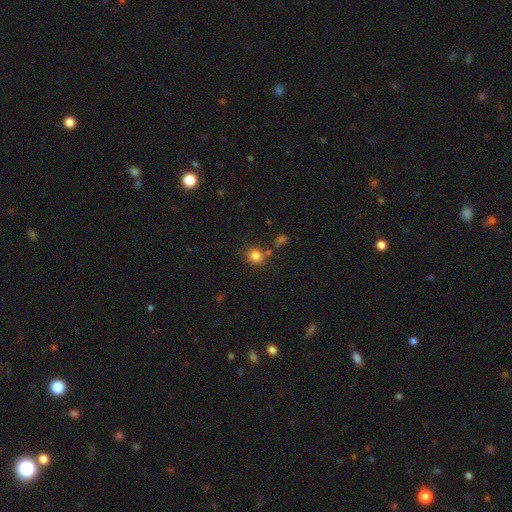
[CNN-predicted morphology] Smooth or featured? Predicted: smooth (p=0.83). How rounded? Predicted: round (p=0.73). Merging? Predicted: none (p=0.75).